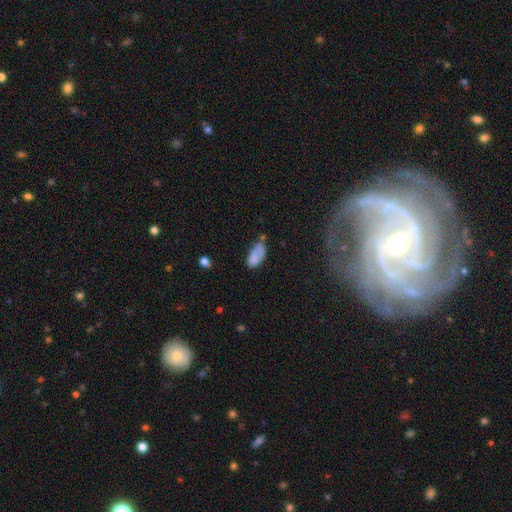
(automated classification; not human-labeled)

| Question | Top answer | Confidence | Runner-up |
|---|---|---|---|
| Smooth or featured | smooth | 77% | featured or disk (14%) |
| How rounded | in between | 92% | cigar-shaped (5%) |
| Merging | none | 44% | minor disturbance (32%) |